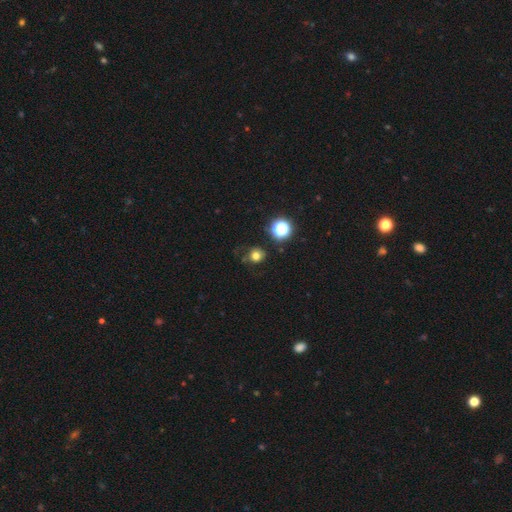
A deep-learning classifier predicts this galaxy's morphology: type=smooth (74%); roundness=round (83%); merging=none (70%).